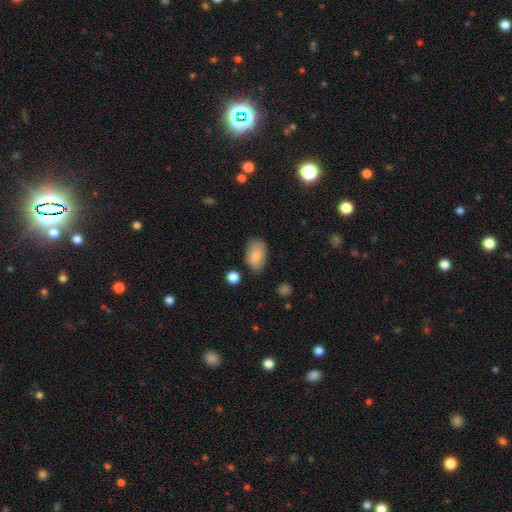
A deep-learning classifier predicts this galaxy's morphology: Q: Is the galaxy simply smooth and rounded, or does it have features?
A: smooth — 80%.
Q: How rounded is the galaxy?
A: in between — 91%.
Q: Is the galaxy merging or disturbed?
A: none — 70%.